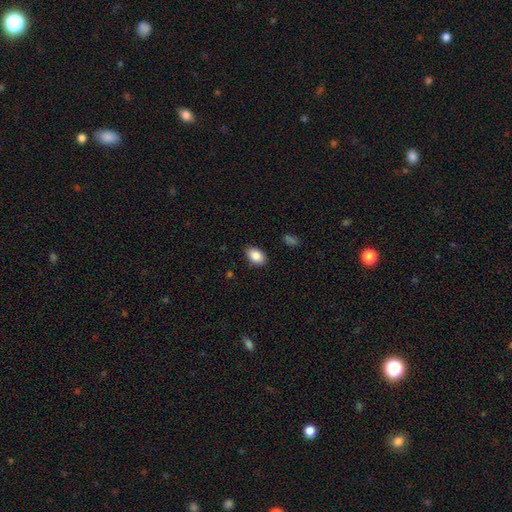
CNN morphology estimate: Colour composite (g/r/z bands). It shows a smooth galaxy with no disk features (88%) that is in between round and cigar-shaped (87%). Merging: none (86%).